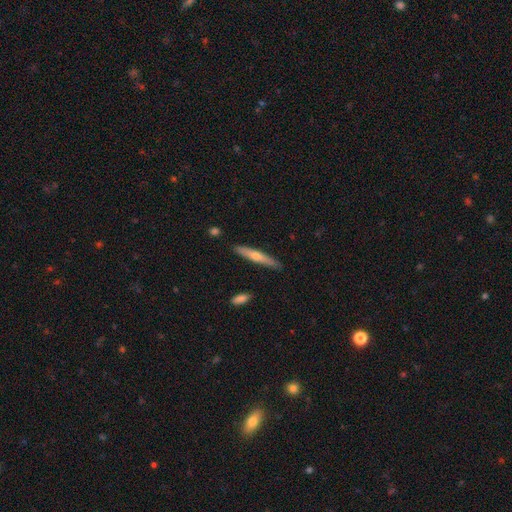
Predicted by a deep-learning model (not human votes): This is possibly a featured or disk galaxy (47%, tied with smooth). Merging: clearly none (89%).